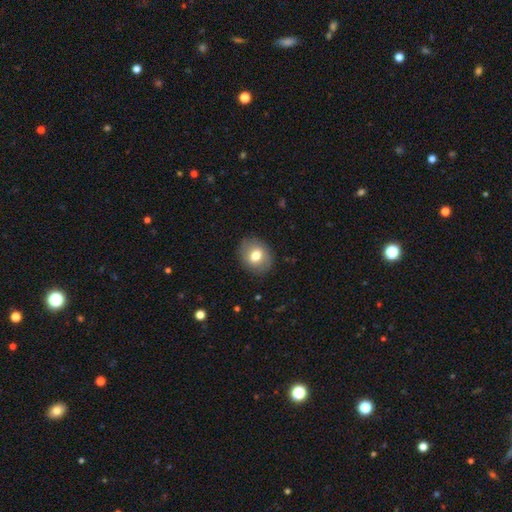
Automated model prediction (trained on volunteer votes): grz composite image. It shows a smooth galaxy with no disk features (73%) that is round (54%). Merging: none (86%).